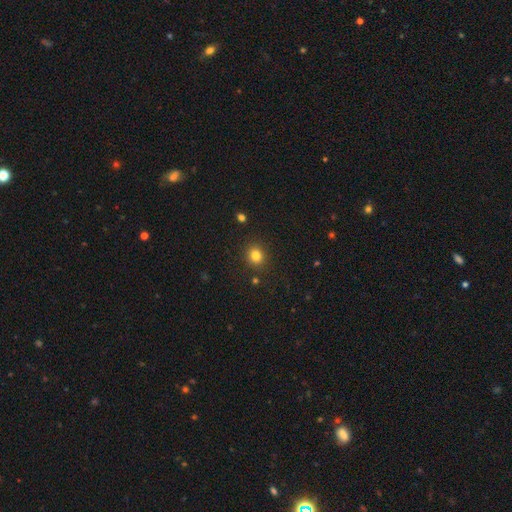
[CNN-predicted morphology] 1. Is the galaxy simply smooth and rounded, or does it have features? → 81% smooth, 13% star or artifact, 6% featured or disk.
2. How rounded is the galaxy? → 77% round, 22% in between, 1% cigar-shaped.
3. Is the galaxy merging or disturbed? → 88% none, 8% minor disturbance, 2% major disturbance, 2% merger.